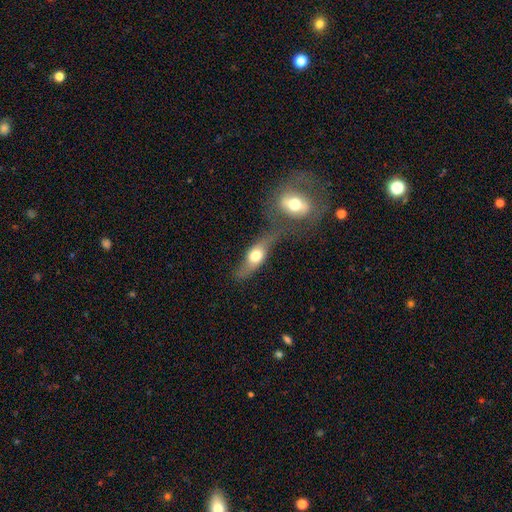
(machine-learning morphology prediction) A smooth galaxy with no disk features (53%) that is in between round and cigar-shaped (65%).

Vote fractions:
- Smooth or featured? smooth: 53% / featured or disk: 40% / star or artifact: 8%
- How rounded? in between: 65% / cigar-shaped: 24% / round: 11%
- Merging? none: 43% / merger: 28% / minor disturbance: 17% / major disturbance: 12%